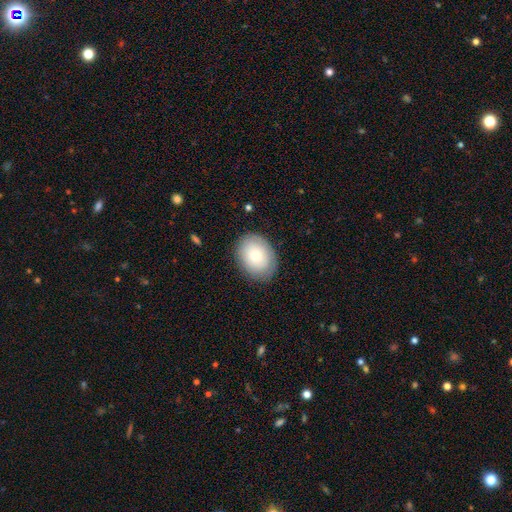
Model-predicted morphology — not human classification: Smooth or featured?
  - smooth: 79% *
  - featured or disk: 15%
  - star or artifact: 7%
How rounded?
  - in between: 70% *
  - round: 29%
  - cigar-shaped: 1%
Merging?
  - none: 83% *
  - minor disturbance: 13%
  - major disturbance: 3%
  - merger: 1%